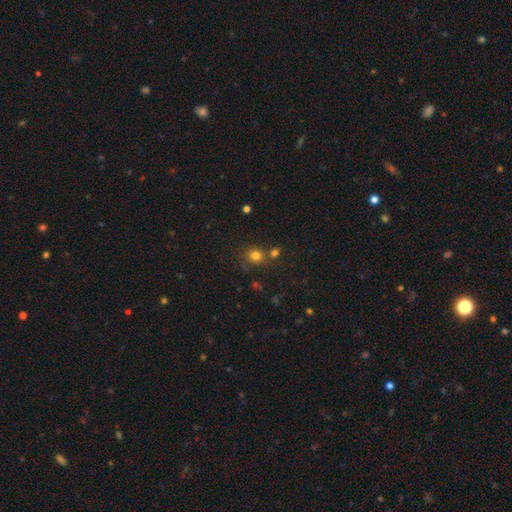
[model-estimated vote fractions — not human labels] The model was most divided on "merging": none: 69%, merger: 17%, minor disturbance: 10%, major disturbance: 4%. More confident: how rounded — round (83%); smooth or featured — smooth (77%).